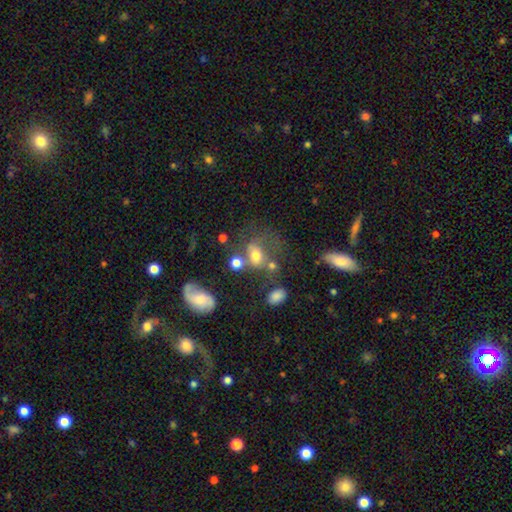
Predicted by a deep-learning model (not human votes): Q: Smooth or featured?
A: smooth (56%); runner-up: featured or disk (26%)
Q: How rounded?
A: in between (53%); runner-up: round (45%)
Q: Merging?
A: none (32%); runner-up: merger (28%)